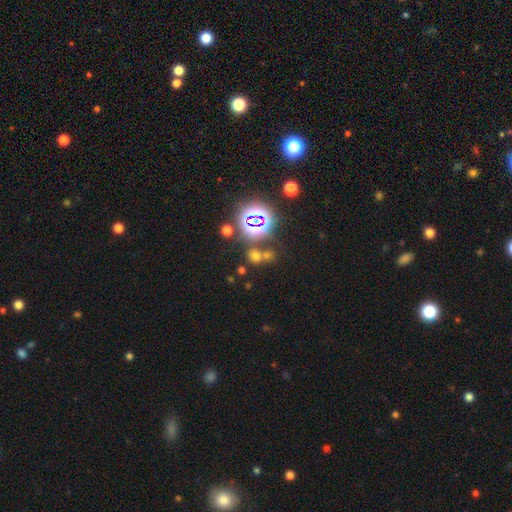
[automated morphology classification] type=smooth (51%); roundness=round (75%); merging=none (64%).